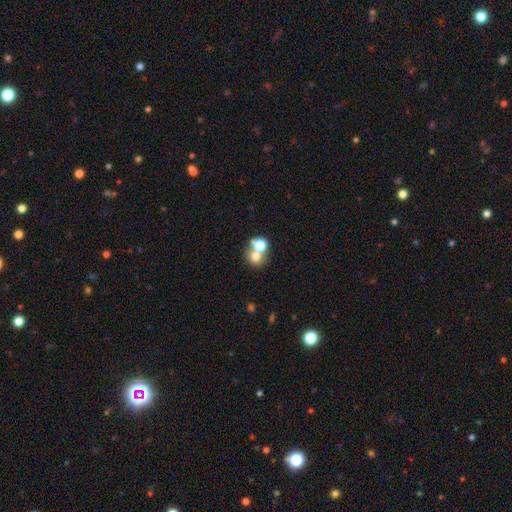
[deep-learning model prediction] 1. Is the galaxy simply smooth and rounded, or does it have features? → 68% smooth, 17% featured or disk, 15% star or artifact.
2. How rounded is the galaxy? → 75% round, 24% in between, 1% cigar-shaped.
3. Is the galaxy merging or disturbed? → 53% merger, 37% none, 6% minor disturbance, 4% major disturbance.